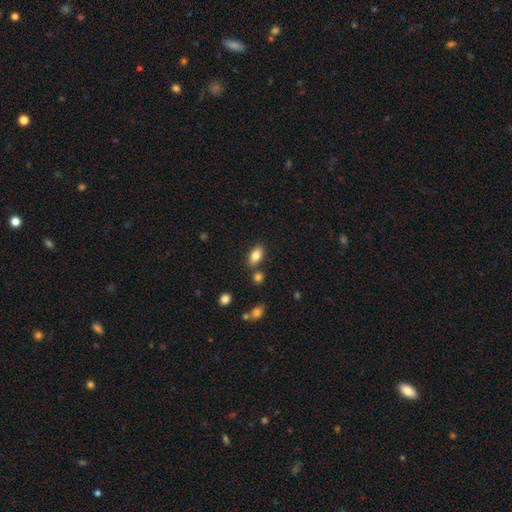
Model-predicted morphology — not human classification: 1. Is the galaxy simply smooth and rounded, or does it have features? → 83% smooth, 8% star or artifact, 8% featured or disk.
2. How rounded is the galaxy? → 90% in between, 7% round, 3% cigar-shaped.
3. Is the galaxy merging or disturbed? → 78% none, 11% minor disturbance, 8% merger, 3% major disturbance.